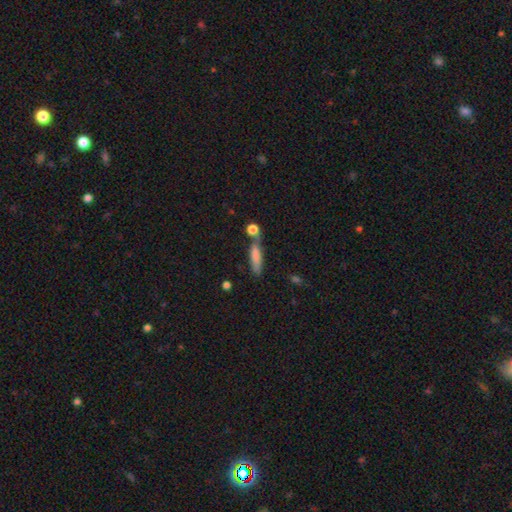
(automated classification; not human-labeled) This is likely a smooth galaxy (76%). How rounded: likely cigar-shaped (66%). Merging: possibly none (47%).